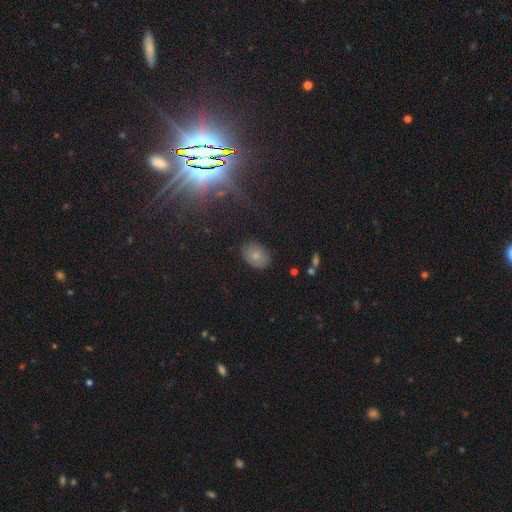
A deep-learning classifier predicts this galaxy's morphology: This appears to be a smooth galaxy with no disk features (78%) that is in between round and cigar-shaped (78%). Merging: none (84%).